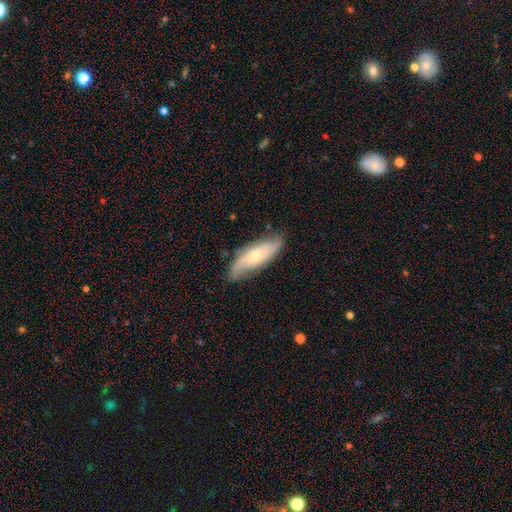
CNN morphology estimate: Smooth or featured? featured or disk (52%)
Edge-on disk? no (76%)
Merging? none (77%)